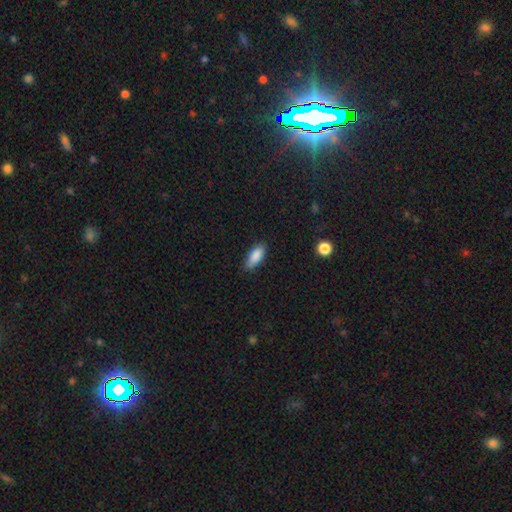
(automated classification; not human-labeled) Smooth or featured? smooth (86%)
How rounded? in between (79%)
Merging? none (77%)